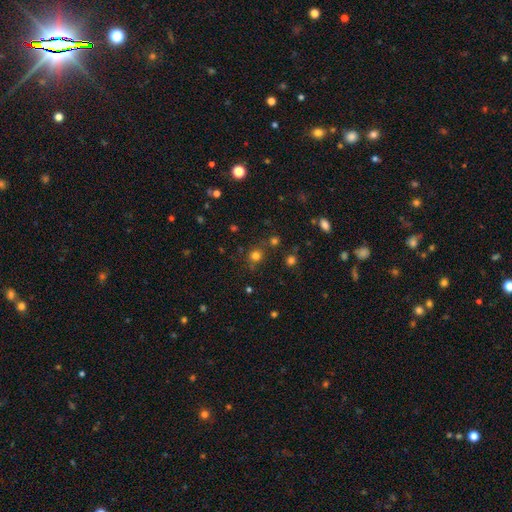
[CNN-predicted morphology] Overall: smooth (72%). How rounded: round (90%). Merging: none (79%).